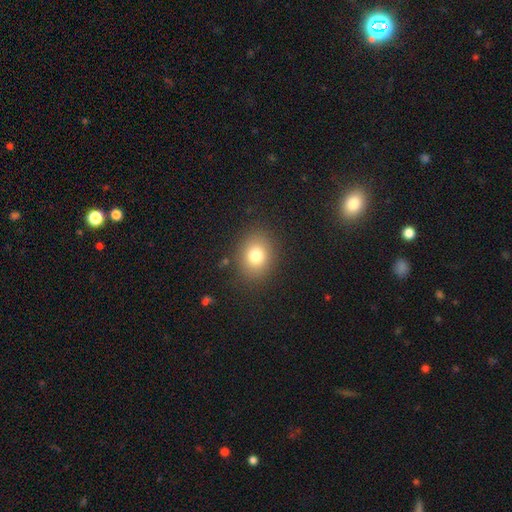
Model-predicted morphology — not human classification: This appears to be a smooth galaxy with no disk features (78%) that is round (57%). Merging: none (86%).